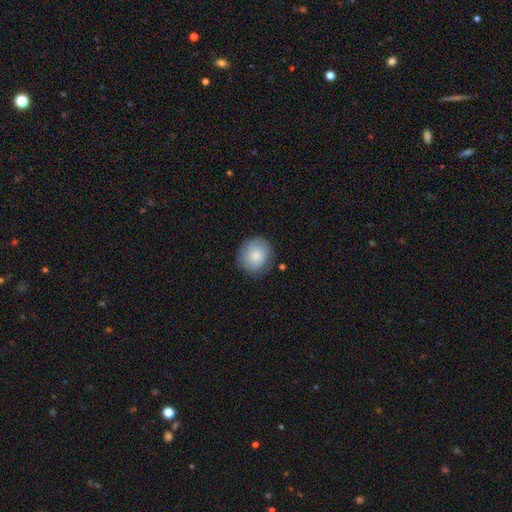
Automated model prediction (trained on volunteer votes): Smooth or featured?
  - smooth: 71% *
  - featured or disk: 22%
  - star or artifact: 7%
How rounded?
  - round: 86% *
  - in between: 13%
  - cigar-shaped: 1%
Merging?
  - none: 81% *
  - minor disturbance: 14%
  - major disturbance: 4%
  - merger: 1%